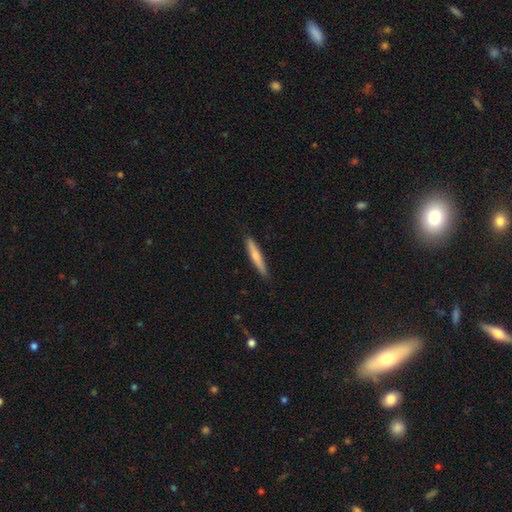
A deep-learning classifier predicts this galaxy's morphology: Smooth or featured?
  - smooth: 66% *
  - featured or disk: 28%
  - star or artifact: 5%
How rounded?
  - cigar-shaped: 93% *
  - in between: 5%
  - round: 1%
Merging?
  - none: 88% *
  - minor disturbance: 9%
  - major disturbance: 2%
  - merger: 1%